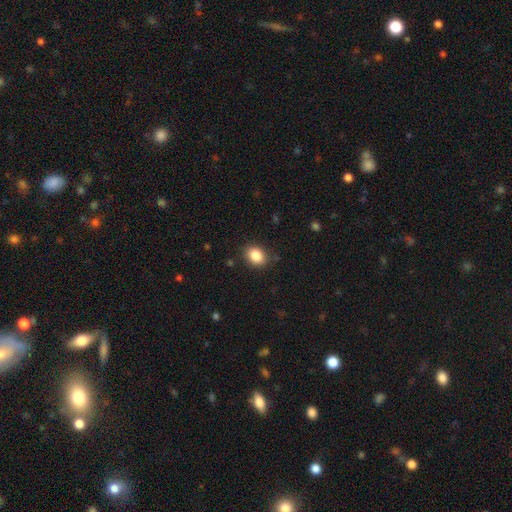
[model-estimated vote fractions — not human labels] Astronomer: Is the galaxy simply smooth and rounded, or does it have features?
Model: smooth — 86%.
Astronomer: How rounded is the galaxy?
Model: in between — 65%.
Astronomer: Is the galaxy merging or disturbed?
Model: none — 86%.